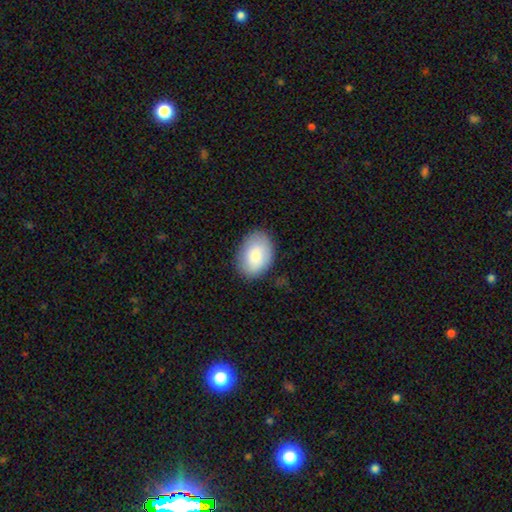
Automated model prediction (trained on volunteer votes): Smooth or featured? Predicted: smooth (p=0.81). How rounded? Predicted: in between (p=0.79). Merging? Predicted: none (p=0.84).